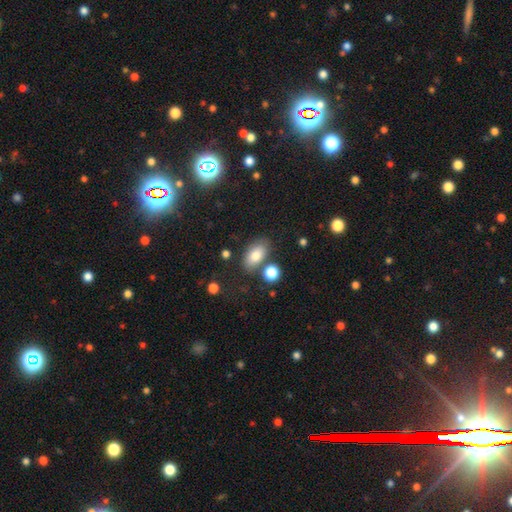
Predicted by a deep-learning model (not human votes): The model was most divided on "merging": none: 72%, minor disturbance: 13%, merger: 10%, major disturbance: 4%. More confident: how rounded — in between (90%); smooth or featured — smooth (79%).